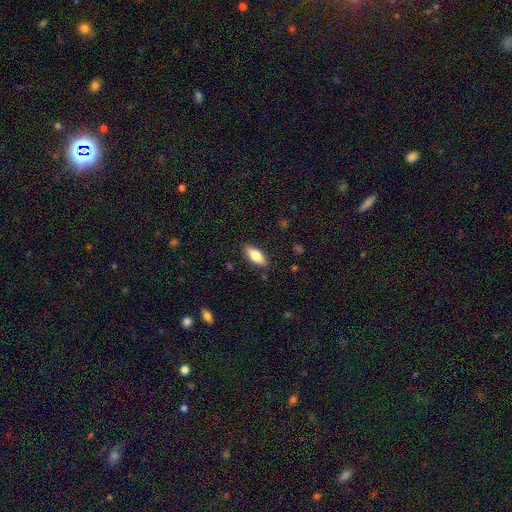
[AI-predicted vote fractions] Q: Smooth or featured?
A: smooth (77%); runner-up: featured or disk (16%)
Q: How rounded?
A: in between (83%); runner-up: cigar-shaped (14%)
Q: Merging?
A: none (86%); runner-up: minor disturbance (10%)